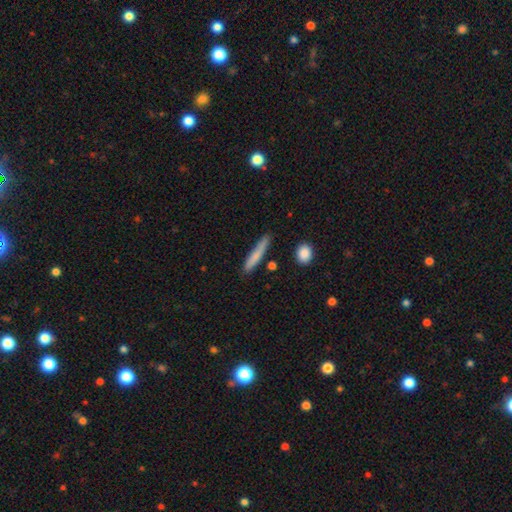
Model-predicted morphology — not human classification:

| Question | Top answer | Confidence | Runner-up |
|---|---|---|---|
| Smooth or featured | smooth | 77% | featured or disk (16%) |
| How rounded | cigar-shaped | 92% | in between (6%) |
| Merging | none | 80% | minor disturbance (14%) |